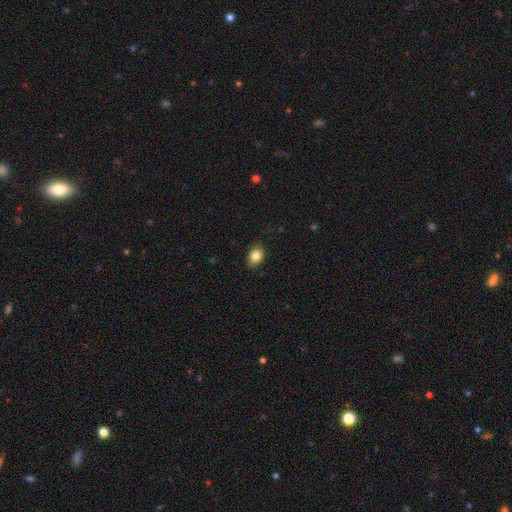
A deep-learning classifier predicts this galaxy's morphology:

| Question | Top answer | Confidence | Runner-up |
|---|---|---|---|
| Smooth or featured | smooth | 84% | star or artifact (9%) |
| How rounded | in between | 72% | round (27%) |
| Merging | none | 84% | minor disturbance (13%) |